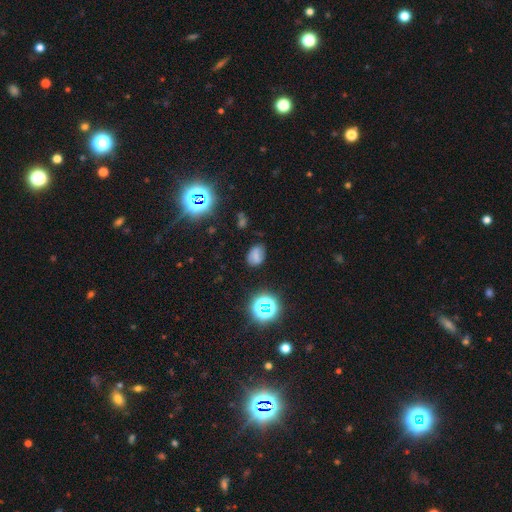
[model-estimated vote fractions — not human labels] A smooth galaxy with no disk features (61%) that is in between round and cigar-shaped (73%).

Vote fractions:
- Smooth or featured? smooth: 61% / star or artifact: 22% / featured or disk: 17%
- How rounded? in between: 73% / round: 26% / cigar-shaped: 1%
- Merging? none: 74% / minor disturbance: 18% / major disturbance: 5% / merger: 2%